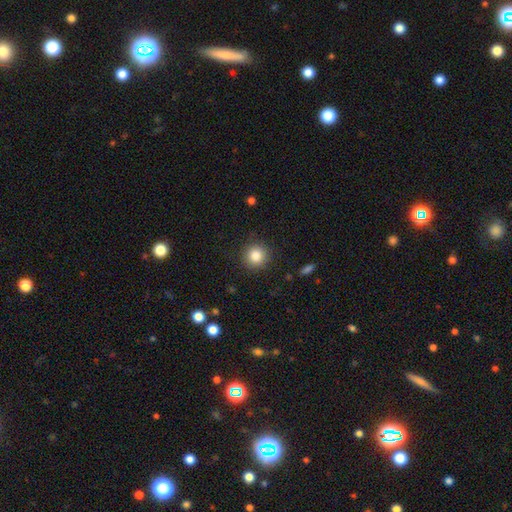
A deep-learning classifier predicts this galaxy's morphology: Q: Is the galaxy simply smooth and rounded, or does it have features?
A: smooth — 83%.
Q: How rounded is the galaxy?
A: round — 94%.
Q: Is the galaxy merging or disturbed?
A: none — 90%.